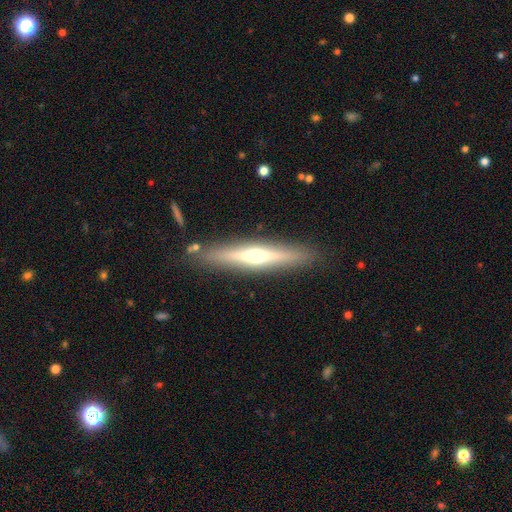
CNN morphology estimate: smooth-or-featured: featured or disk: 64% | smooth: 29% | star or artifact: 7%
  disk-edge-on: yes: 94% | no: 6%
    edge-on-bulge: rounded: 92% | none: 5% | boxy: 4%
  merging: none: 88% | minor disturbance: 8% | major disturbance: 2% | merger: 2%